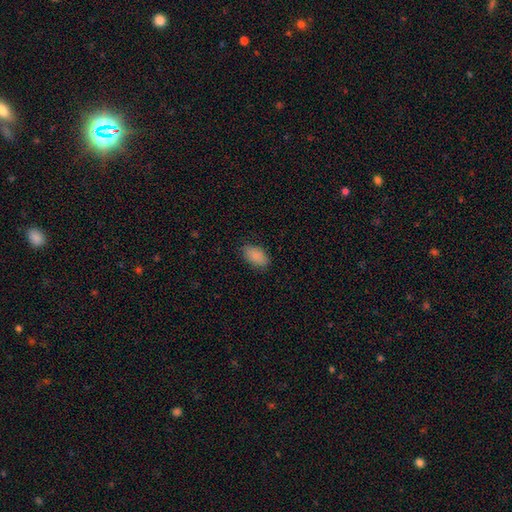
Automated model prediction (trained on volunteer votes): Smooth or featured?
  - smooth: 88% *
  - star or artifact: 7%
  - featured or disk: 5%
How rounded?
  - in between: 93% *
  - round: 5%
  - cigar-shaped: 2%
Merging?
  - none: 82% *
  - minor disturbance: 14%
  - major disturbance: 3%
  - merger: 1%